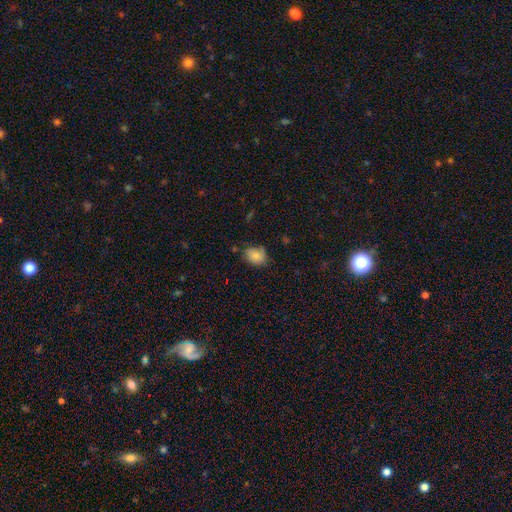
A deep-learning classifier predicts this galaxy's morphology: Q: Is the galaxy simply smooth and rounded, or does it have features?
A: smooth — 78%.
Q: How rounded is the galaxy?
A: in between — 61%.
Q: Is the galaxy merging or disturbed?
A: none — 62%.